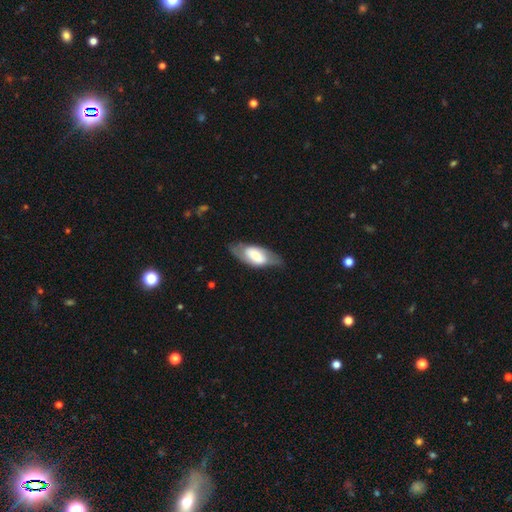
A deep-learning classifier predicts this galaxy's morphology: This is possibly a featured or disk galaxy (52%). It is likely not viewed edge-on (79%). Merging: likely none (69%).